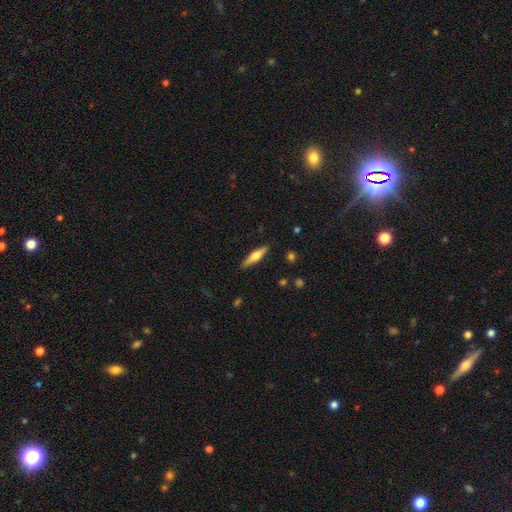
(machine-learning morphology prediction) type=featured or disk (53%); edge-on=yes (96%); edge-on bulge=rounded (88%); merging=none (89%).